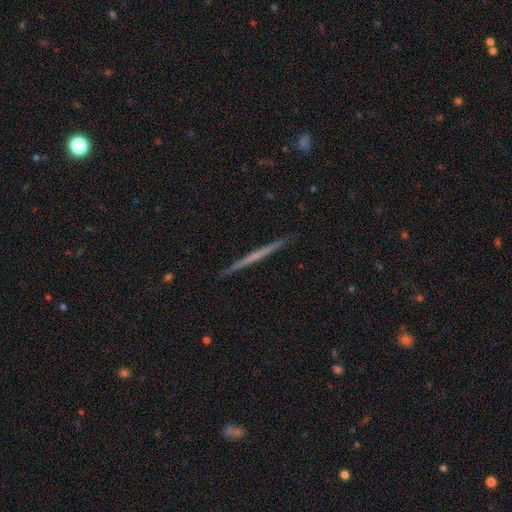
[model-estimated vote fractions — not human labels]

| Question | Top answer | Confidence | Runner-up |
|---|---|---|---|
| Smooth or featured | featured or disk | 60% | smooth (34%) |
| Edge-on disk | yes | 98% | no (2%) |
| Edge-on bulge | none | 88% | rounded (9%) |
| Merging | none | 93% | minor disturbance (5%) |